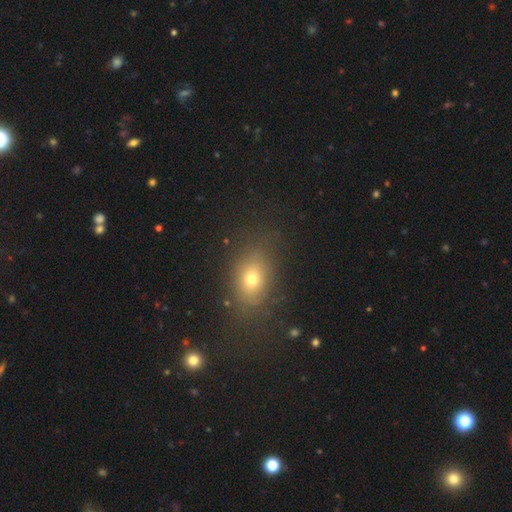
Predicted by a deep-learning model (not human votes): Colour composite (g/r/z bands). It shows a smooth galaxy with no disk features (62%) that is in between round and cigar-shaped (71%). Merging: none (87%).